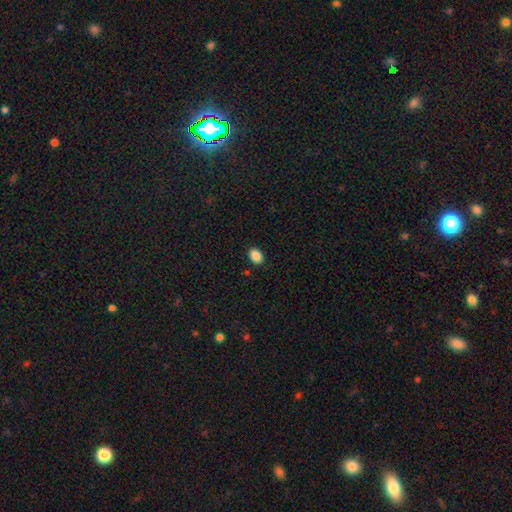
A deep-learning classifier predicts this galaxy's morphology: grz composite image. It shows a smooth galaxy with no disk features (88%) that is in between round and cigar-shaped (77%). Merging: none (88%).